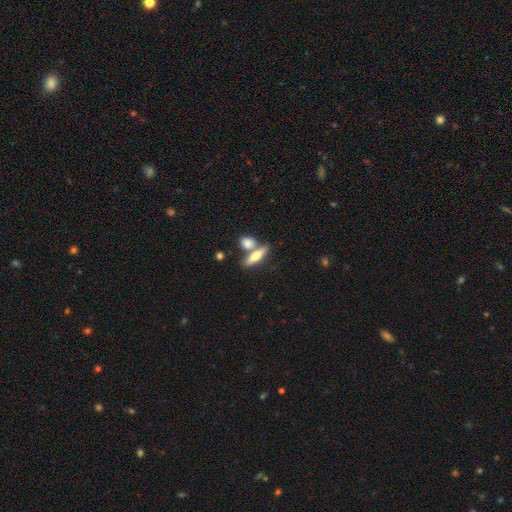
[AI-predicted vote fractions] smooth_or_featured: smooth (p=0.56) [alt: featured or disk p=0.37]
how_rounded: cigar-shaped (p=0.53) [alt: in between p=0.40]
merging: none (p=0.57) [alt: merger p=0.31]